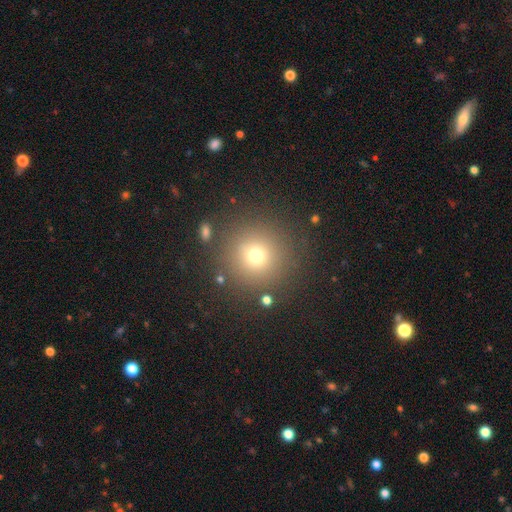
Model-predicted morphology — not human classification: Smooth or featured? Predicted: smooth (p=0.71). How rounded? Predicted: round (p=0.95). Merging? Predicted: none (p=0.86).